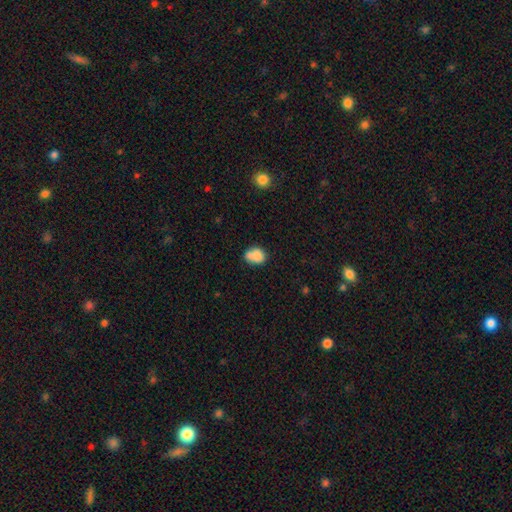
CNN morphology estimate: Overall: smooth (79%). How rounded: in between (54%; round 45%). Merging: none (45%; merger 26%).